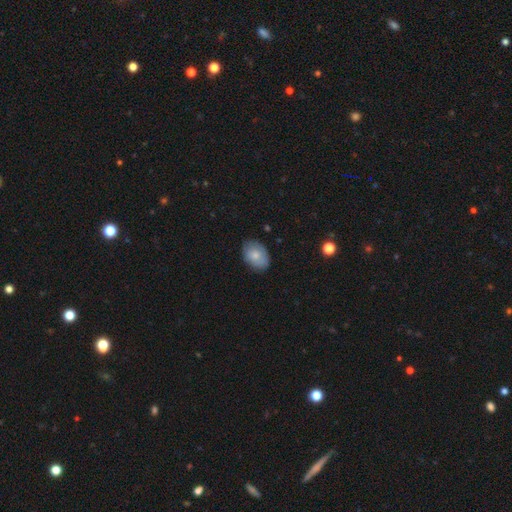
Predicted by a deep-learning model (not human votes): This is likely a smooth galaxy (77%). How rounded: clearly in between (80%). Merging: likely none (79%).